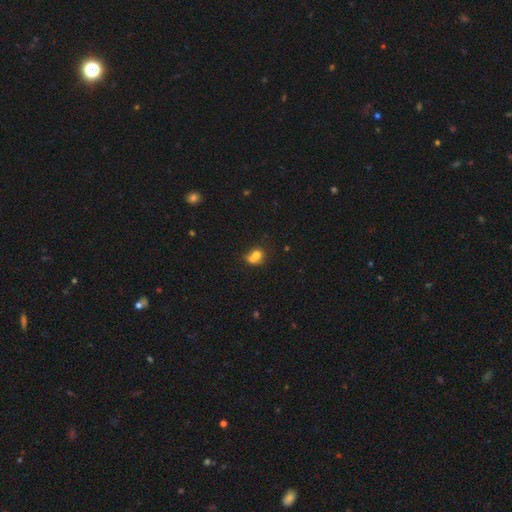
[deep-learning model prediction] Morphology: type=smooth (68%); roundness=round (69%); merging=merger (59%).